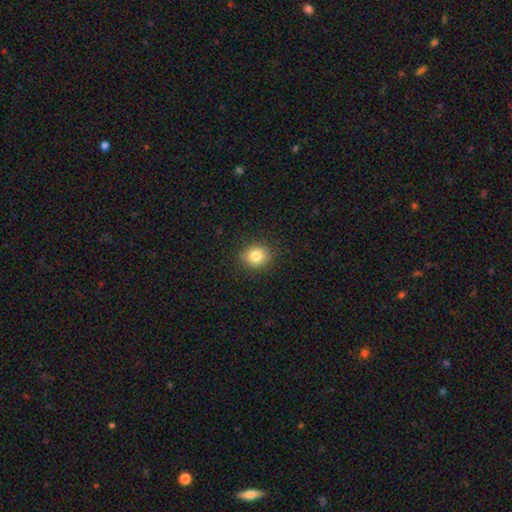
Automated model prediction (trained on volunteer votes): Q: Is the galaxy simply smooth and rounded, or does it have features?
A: smooth — 83%.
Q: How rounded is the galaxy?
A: round — 73%.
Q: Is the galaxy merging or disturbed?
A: none — 89%.